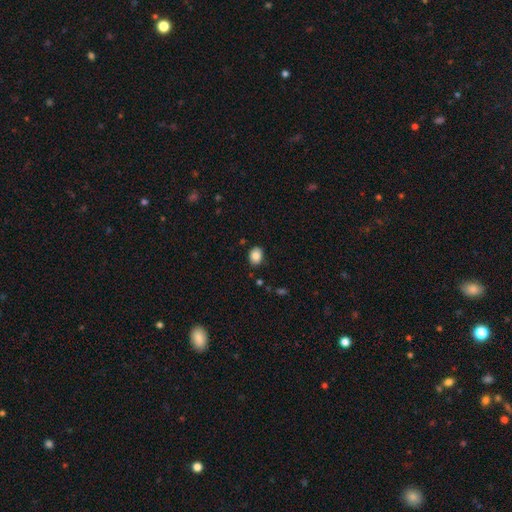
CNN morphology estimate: Smooth or featured? smooth (84%)
How rounded? in between (63%)
Merging? none (85%)